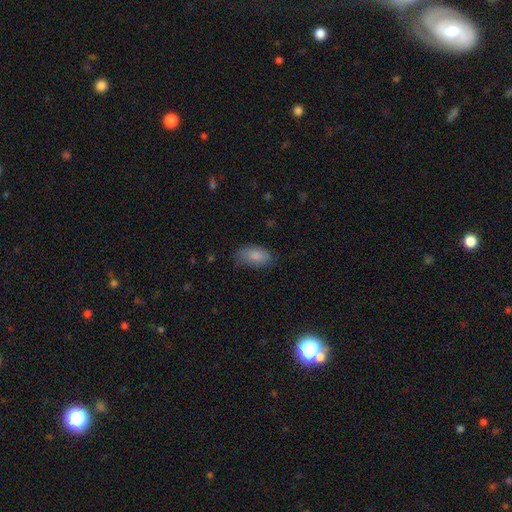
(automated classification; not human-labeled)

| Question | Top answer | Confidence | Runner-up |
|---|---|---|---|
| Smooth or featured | smooth | 86% | featured or disk (7%) |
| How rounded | in between | 93% | round (4%) |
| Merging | none | 71% | minor disturbance (23%) |